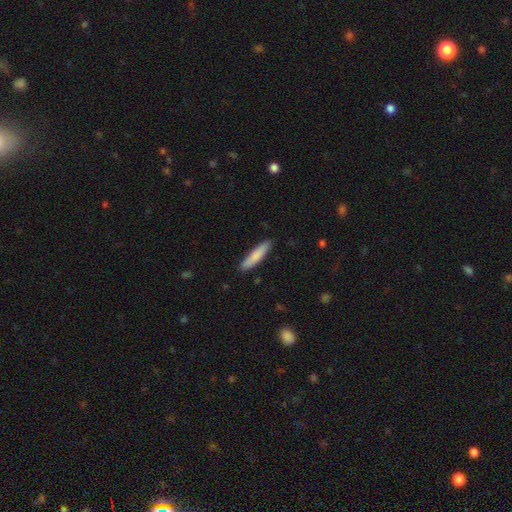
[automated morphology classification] Smooth or featured: smooth — 81% (featured or disk — 14%)
How rounded: cigar-shaped — 85% (in between — 13%)
Merging: none — 88% (minor disturbance — 9%)